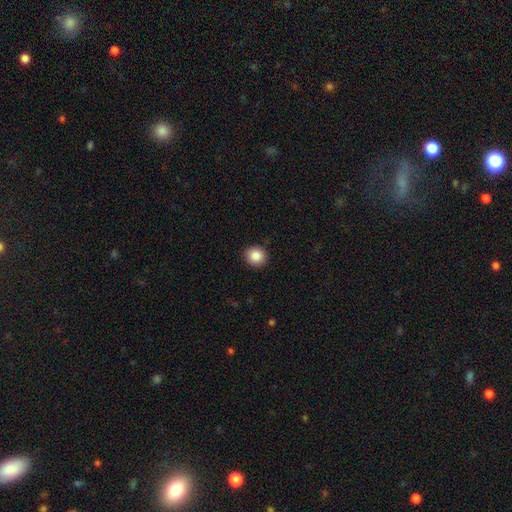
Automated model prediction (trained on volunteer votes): smooth_or_featured: smooth (p=0.87) [alt: star or artifact p=0.09]
how_rounded: round (p=0.87) [alt: in between p=0.12]
merging: none (p=0.91) [alt: minor disturbance p=0.06]